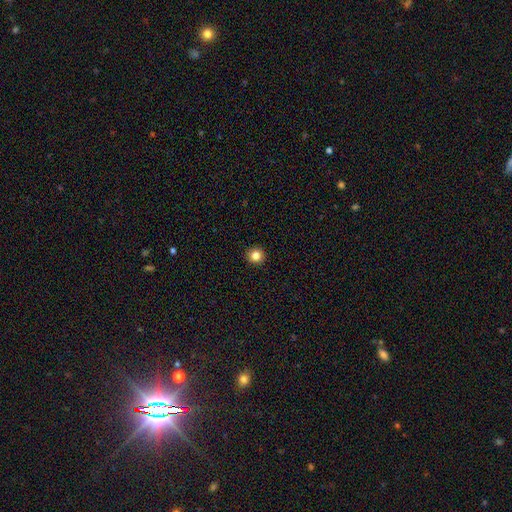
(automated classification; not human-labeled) smooth 83%, star or artifact 12%, featured or disk 6%. Down the decision tree: how rounded — round (95%); merging — none (94%).